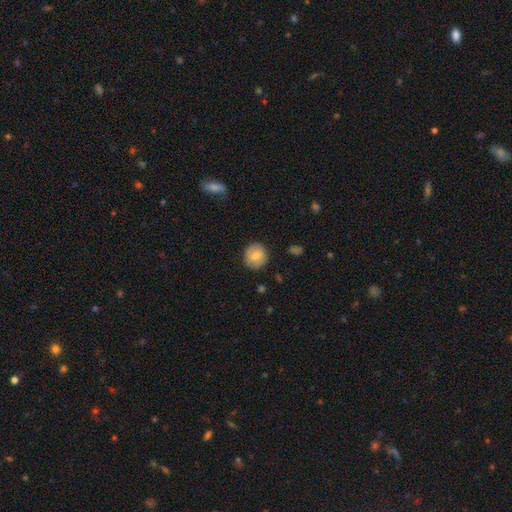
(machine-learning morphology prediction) smooth-or-featured: smooth: 75% | featured or disk: 17% | star or artifact: 7%
  how-rounded: round: 89% | in between: 10% | cigar-shaped: 1%
  merging: none: 85% | minor disturbance: 11% | major disturbance: 3% | merger: 1%